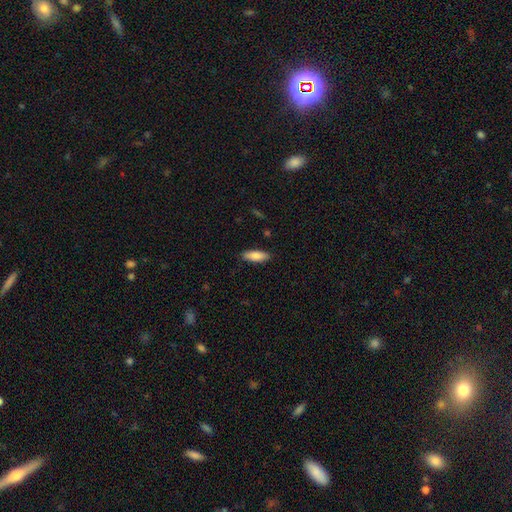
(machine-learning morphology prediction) Smooth or featured: smooth — 83% (featured or disk — 11%)
How rounded: in between — 63% (cigar-shaped — 35%)
Merging: none — 87% (minor disturbance — 10%)